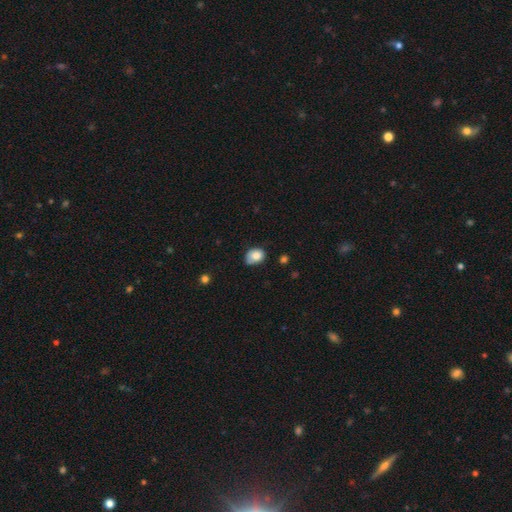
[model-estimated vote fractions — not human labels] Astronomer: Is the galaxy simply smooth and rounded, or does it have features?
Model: smooth — 81%.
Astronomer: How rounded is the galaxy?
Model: in between — 63%.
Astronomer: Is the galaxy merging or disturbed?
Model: none — 54% (runner-up: minor disturbance, 34%).